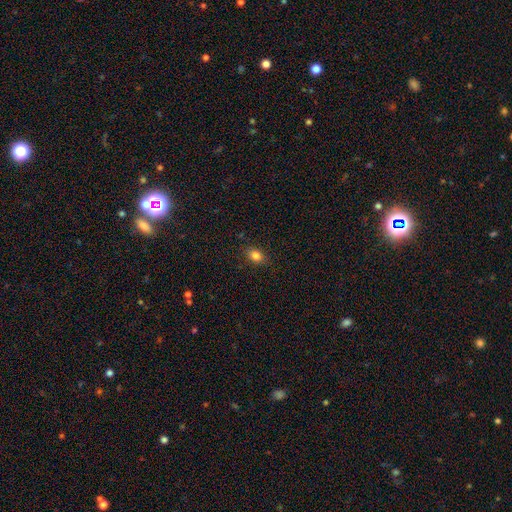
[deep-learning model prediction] smooth-or-featured: smooth: 83% | star or artifact: 11% | featured or disk: 6%
  how-rounded: in between: 69% | round: 29% | cigar-shaped: 1%
  merging: none: 86% | minor disturbance: 10% | major disturbance: 3% | merger: 1%